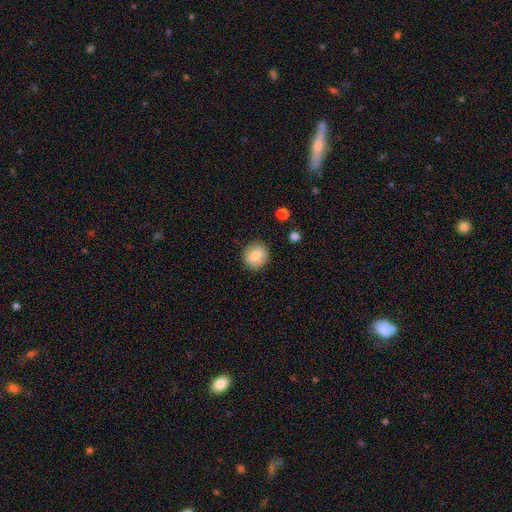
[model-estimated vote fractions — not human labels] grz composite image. It shows a smooth galaxy with no disk features (83%) that is round (90%). Merging: none (89%).